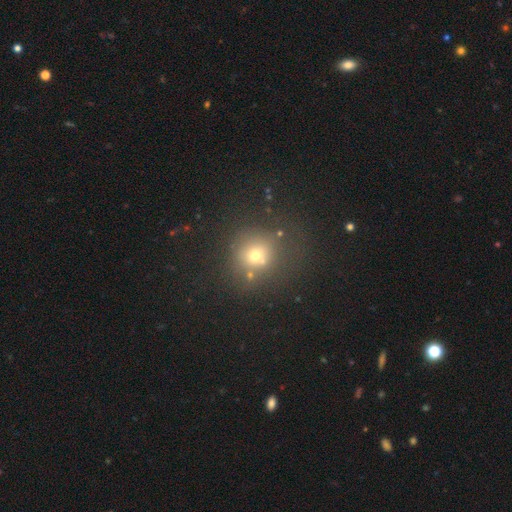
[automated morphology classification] This is likely a smooth galaxy (65%). How rounded: clearly round (86%). Merging: likely none (66%).